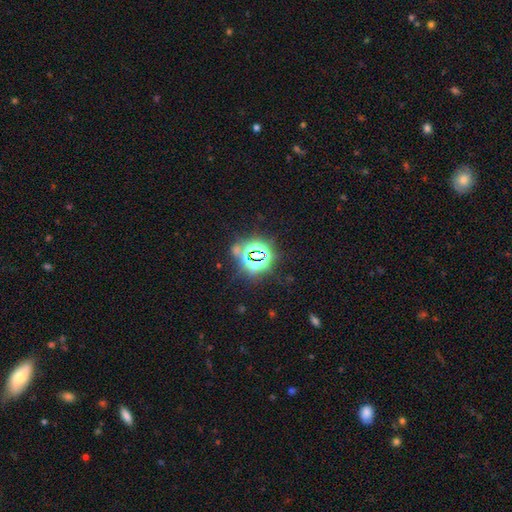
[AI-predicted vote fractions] Morphology: type=star or artifact (79%).